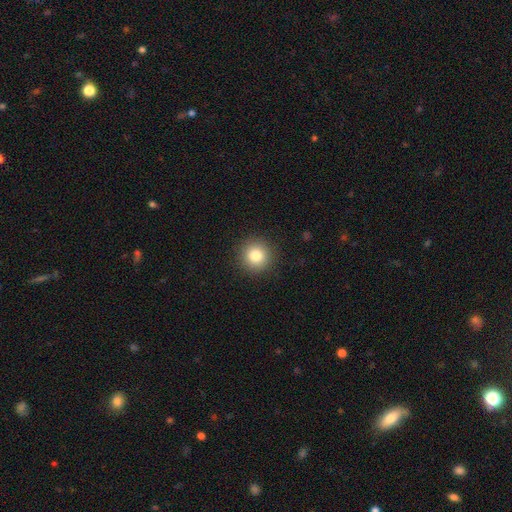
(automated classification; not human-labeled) smooth-or-featured: smooth: 82% | star or artifact: 11% | featured or disk: 8%
  how-rounded: round: 94% | in between: 5% | cigar-shaped: 1%
  merging: none: 92% | minor disturbance: 5% | major disturbance: 2% | merger: 1%